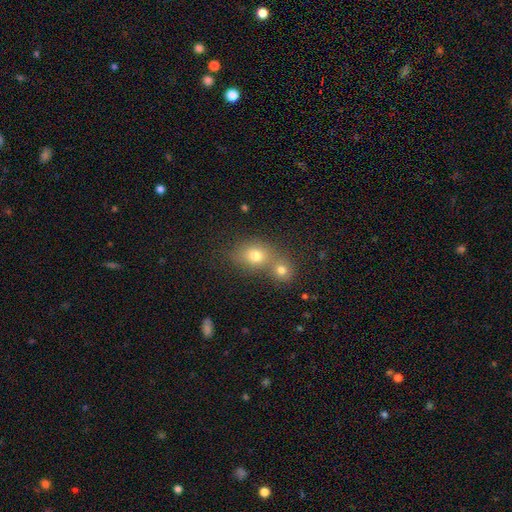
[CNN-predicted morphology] type=smooth (74%); roundness=round (56%); merging=merger (54%).